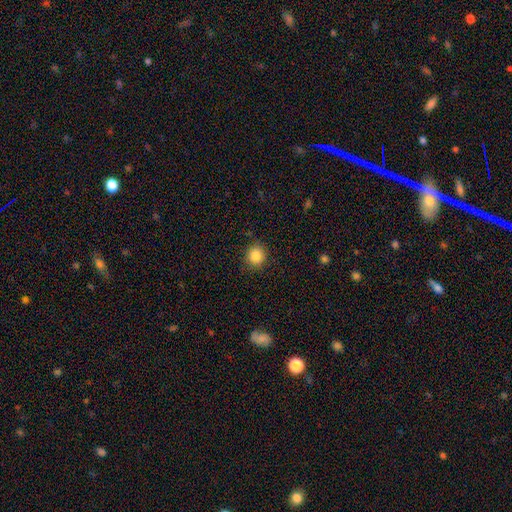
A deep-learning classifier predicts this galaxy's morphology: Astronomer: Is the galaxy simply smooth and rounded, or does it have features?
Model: smooth — 86%.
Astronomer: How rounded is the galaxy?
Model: round — 85%.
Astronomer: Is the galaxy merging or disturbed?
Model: none — 88%.